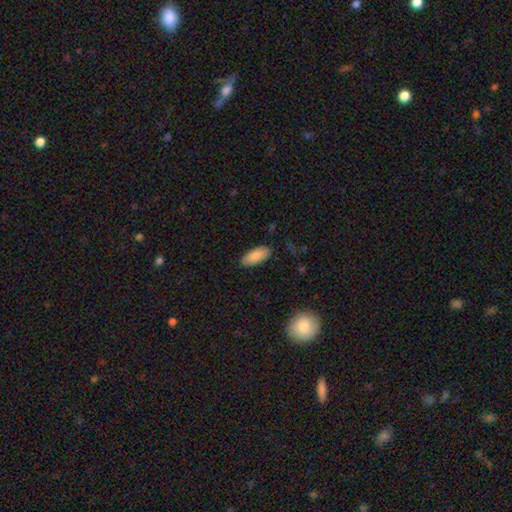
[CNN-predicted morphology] Q: Smooth or featured?
A: smooth (88%); runner-up: featured or disk (6%)
Q: How rounded?
A: in between (87%); runner-up: cigar-shaped (12%)
Q: Merging?
A: none (85%); runner-up: minor disturbance (12%)